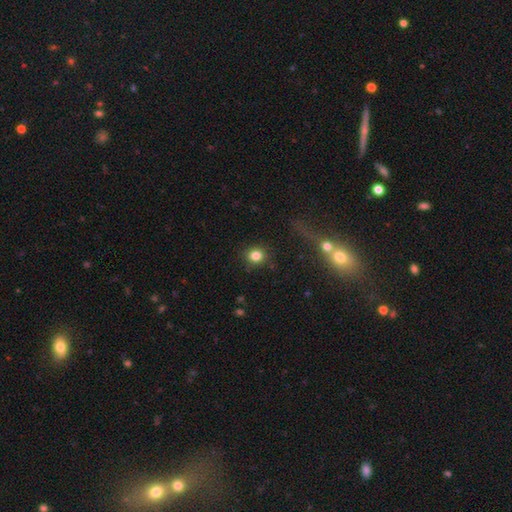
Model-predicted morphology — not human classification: smooth 83%, star or artifact 12%, featured or disk 6%. Down the decision tree: how rounded — round (82%); merging — none (88%).